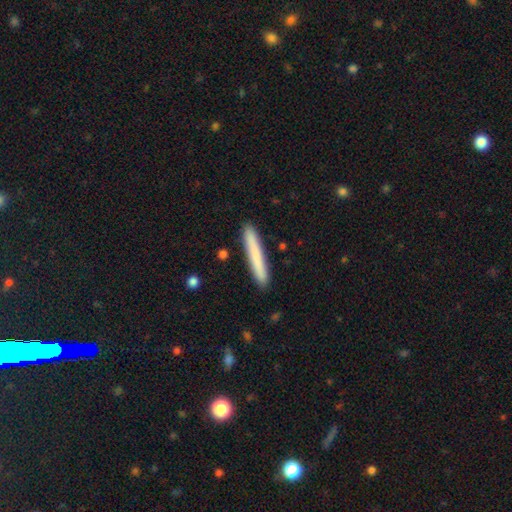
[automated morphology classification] smooth 77%, featured or disk 18%, star or artifact 6%. Down the decision tree: how rounded — cigar-shaped (97%); merging — none (91%).